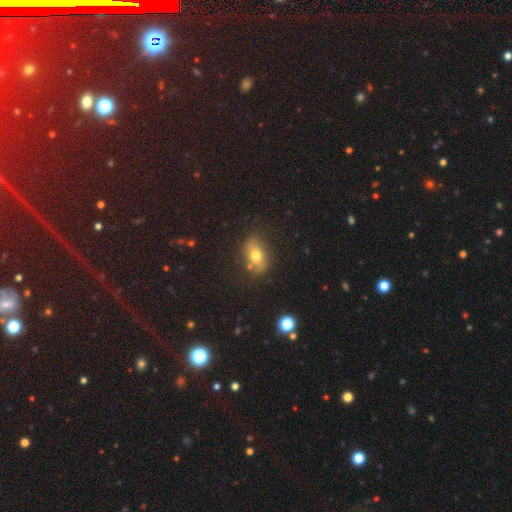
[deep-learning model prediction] smooth-or-featured: smooth: 63% | featured or disk: 25% | star or artifact: 12%
  how-rounded: in between: 81% | round: 15% | cigar-shaped: 4%
  merging: none: 77% | minor disturbance: 16% | major disturbance: 5% | merger: 3%